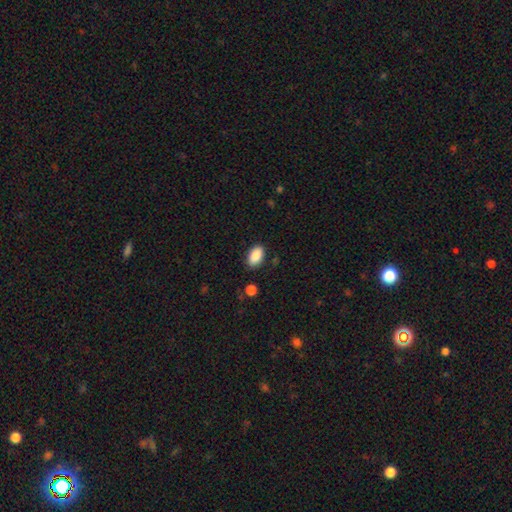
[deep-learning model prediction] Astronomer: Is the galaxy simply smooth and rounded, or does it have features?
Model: smooth — 89%.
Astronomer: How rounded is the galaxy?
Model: in between — 93%.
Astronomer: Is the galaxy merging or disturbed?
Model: none — 86%.